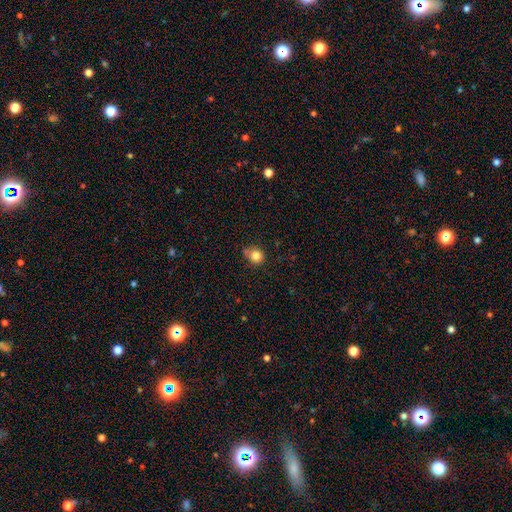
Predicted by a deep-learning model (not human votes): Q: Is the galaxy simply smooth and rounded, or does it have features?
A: smooth — 82%.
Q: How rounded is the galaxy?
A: round — 83%.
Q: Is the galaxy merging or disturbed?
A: none — 65%.